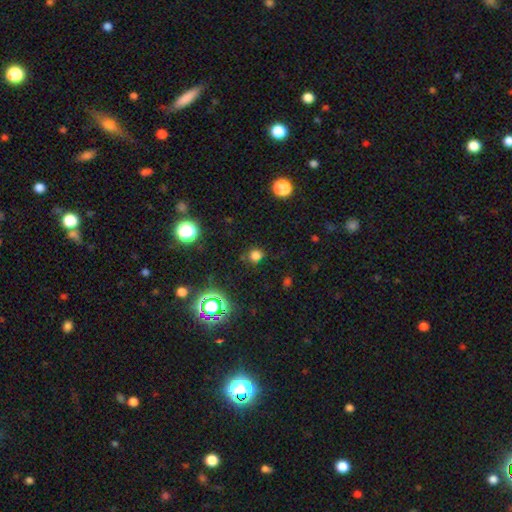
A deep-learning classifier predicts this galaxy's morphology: This is likely a smooth galaxy (73%). How rounded: clearly round (88%). Merging: clearly none (83%).